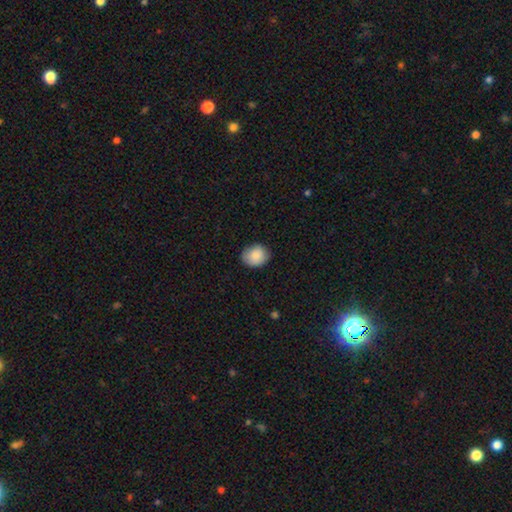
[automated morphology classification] A smooth galaxy with no disk features (87%) that is round (63%). Merging: none (81%).